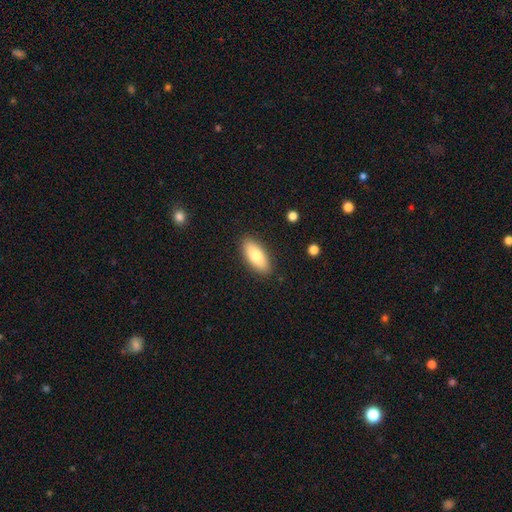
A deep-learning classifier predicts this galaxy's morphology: This appears to be a smooth galaxy with no disk features (78%) that is in between round and cigar-shaped (85%). Merging: none (87%).